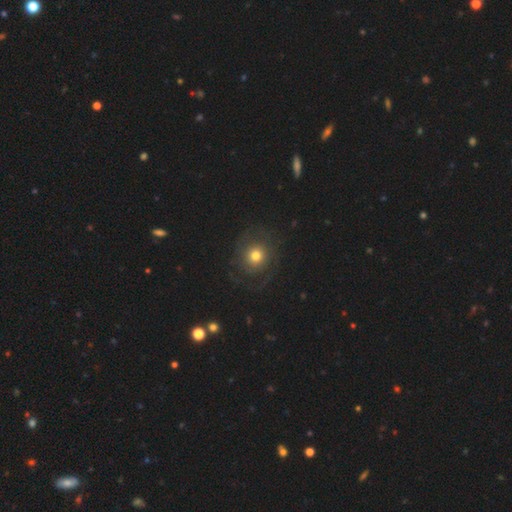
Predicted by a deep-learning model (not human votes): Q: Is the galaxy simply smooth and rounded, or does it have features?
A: smooth — 53%.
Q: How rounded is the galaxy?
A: round — 83%.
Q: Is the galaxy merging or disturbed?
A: none — 73%.